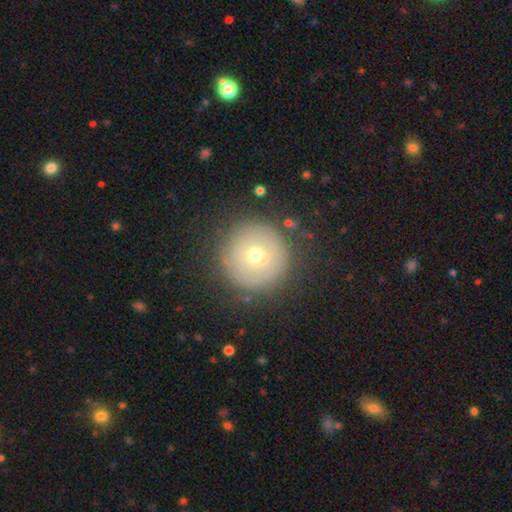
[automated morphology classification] smooth 58%, featured or disk 31%, star or artifact 11%. Down the decision tree: how rounded — round (96%); merging — none (84%).